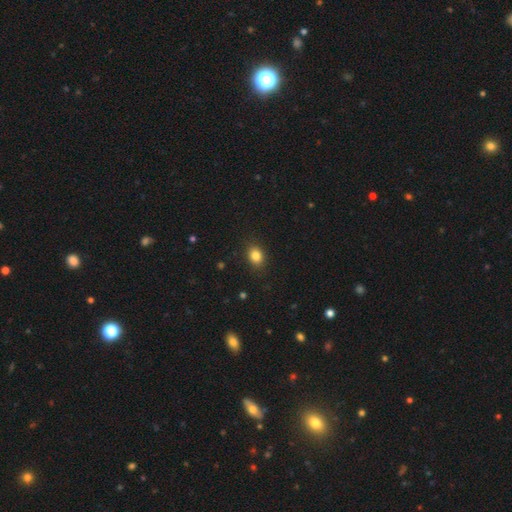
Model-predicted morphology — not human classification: Smooth or featured? Predicted: smooth (p=0.84). How rounded? Predicted: in between (p=0.56). Merging? Predicted: none (p=0.88).